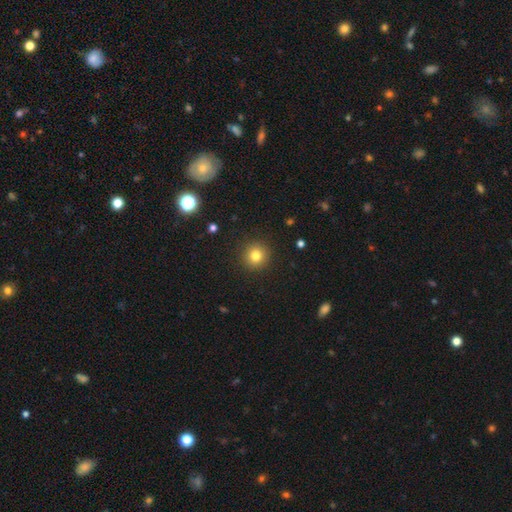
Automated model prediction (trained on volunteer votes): Smooth or featured? Predicted: smooth (p=0.80). How rounded? Predicted: round (p=0.94). Merging? Predicted: none (p=0.91).